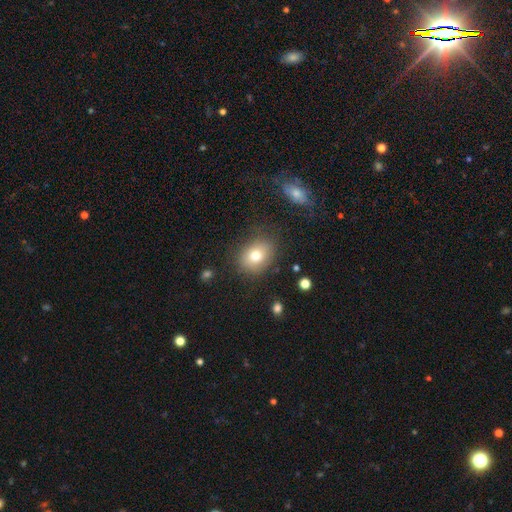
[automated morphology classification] This is likely a smooth galaxy (76%). How rounded: possibly in between (52%). Merging: likely none (79%).